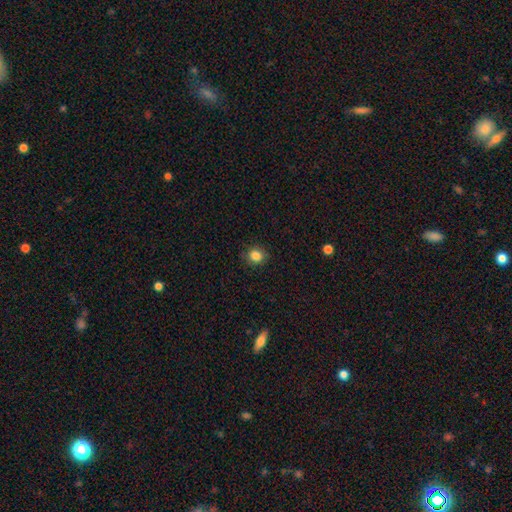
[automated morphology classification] smooth_or_featured: smooth (p=0.85) [alt: star or artifact p=0.11]
how_rounded: round (p=0.82) [alt: in between p=0.17]
merging: none (p=0.88) [alt: minor disturbance p=0.09]